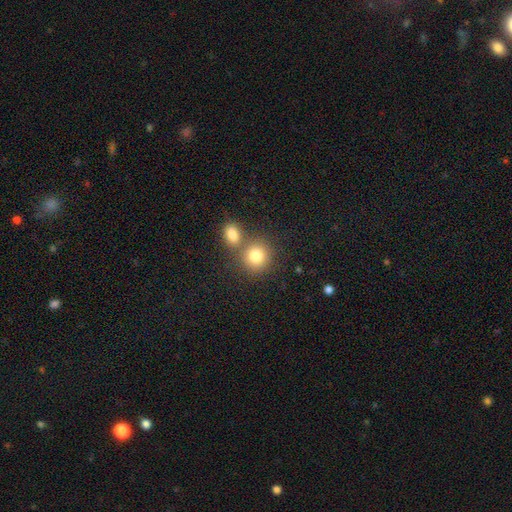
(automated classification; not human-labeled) Smooth or featured? smooth (81%)
How rounded? round (81%)
Merging? none (56%)